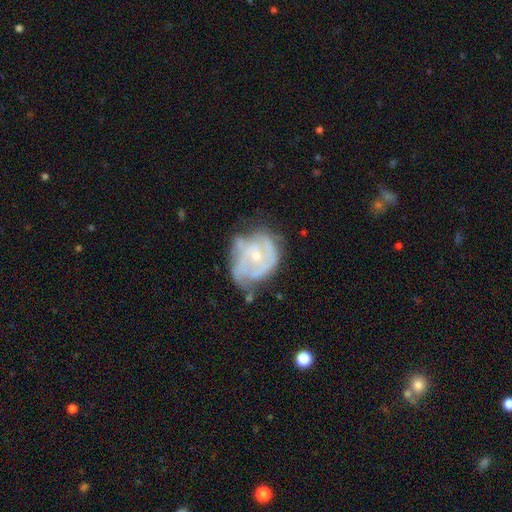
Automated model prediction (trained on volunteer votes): The model was most divided on "spiral arm count": can't tell: 41%, 2: 25%, 3: 19%, 4: 6%, 1: 5%, more than 4: 4%. Remaining: edge-on disk — no (98%); spiral arms — yes (78%); smooth or featured — featured or disk (77%); bar — no (74%); bulge size — small (66%); spiral winding — tight (59%); merging — none (47%).